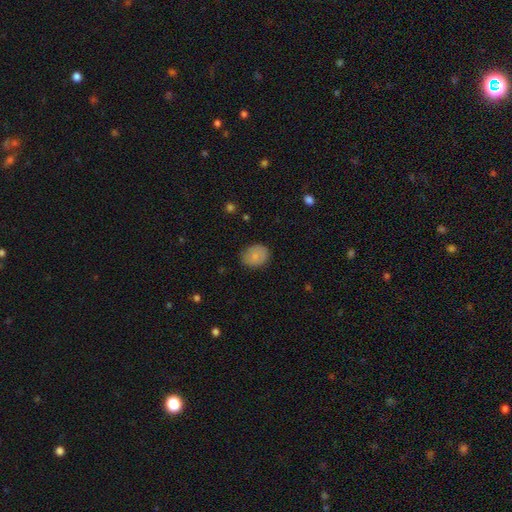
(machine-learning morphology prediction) smooth_or_featured: smooth (p=0.81) [alt: featured or disk p=0.11]
how_rounded: round (p=0.52) [alt: in between p=0.47]
merging: none (p=0.80) [alt: minor disturbance p=0.15]